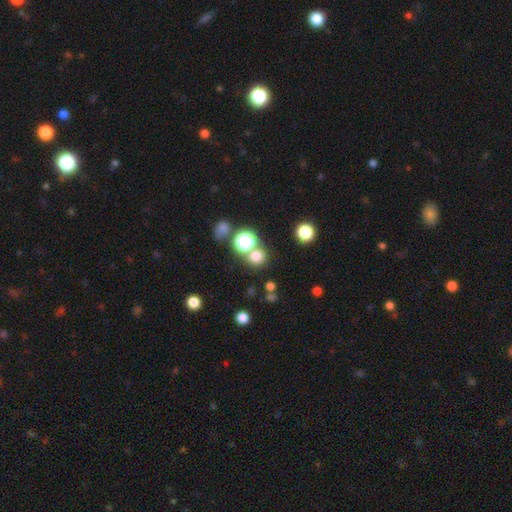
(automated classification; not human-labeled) Smooth or featured?
  - smooth: 70% *
  - star or artifact: 23%
  - featured or disk: 7%
How rounded?
  - round: 89% *
  - in between: 11%
  - cigar-shaped: 1%
Merging?
  - none: 69% *
  - merger: 20%
  - minor disturbance: 8%
  - major disturbance: 4%